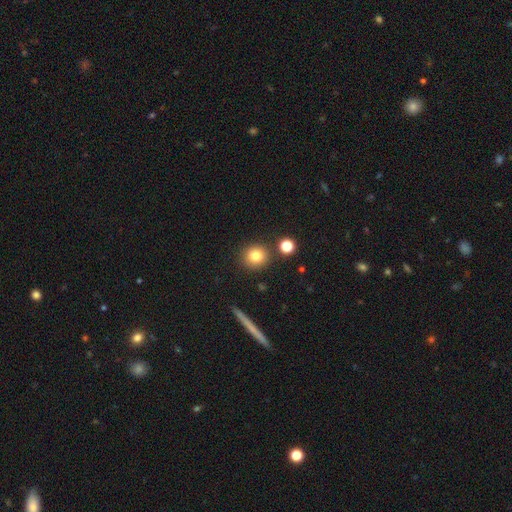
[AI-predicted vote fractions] Smooth or featured? Predicted: smooth (p=0.80). How rounded? Predicted: round (p=0.90). Merging? Predicted: none (p=0.86).